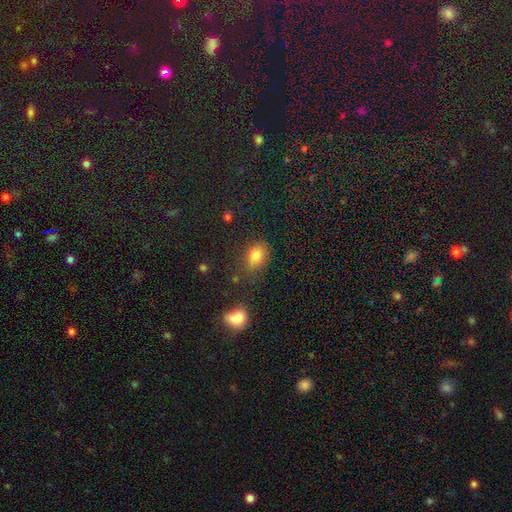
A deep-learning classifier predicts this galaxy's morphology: The model was most divided on "how rounded": in between: 65%, round: 33%, cigar-shaped: 1%. More confident: smooth or featured — smooth (80%); merging — none (72%).